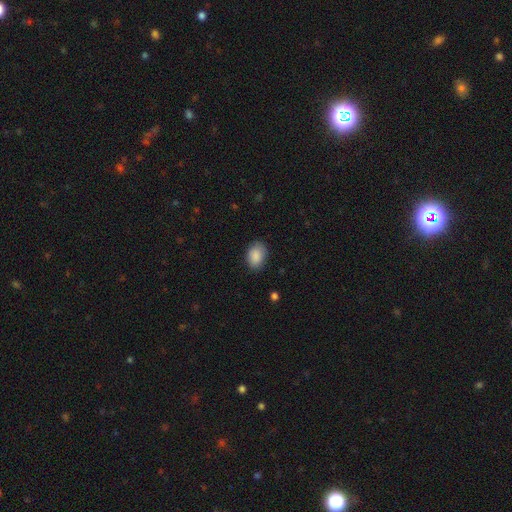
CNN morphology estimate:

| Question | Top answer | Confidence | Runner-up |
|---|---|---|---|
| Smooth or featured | smooth | 88% | star or artifact (7%) |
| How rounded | in between | 81% | round (18%) |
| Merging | none | 81% | minor disturbance (15%) |